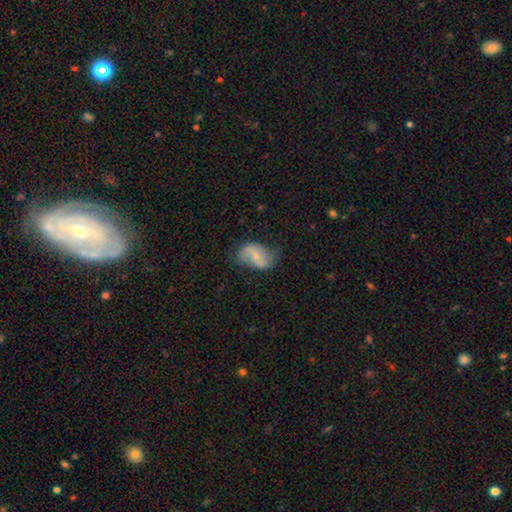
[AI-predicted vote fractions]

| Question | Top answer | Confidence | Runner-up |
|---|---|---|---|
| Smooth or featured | featured or disk | 47% | smooth (45%) |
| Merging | none | 58% | minor disturbance (28%) |